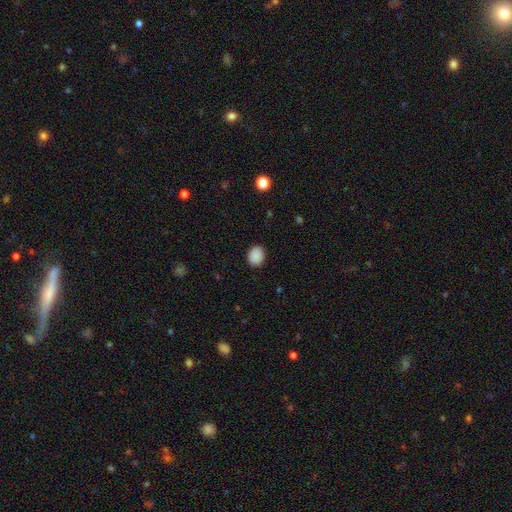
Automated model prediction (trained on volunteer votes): A smooth galaxy with no disk features (89%) that is round (50%). Merging: none (88%).